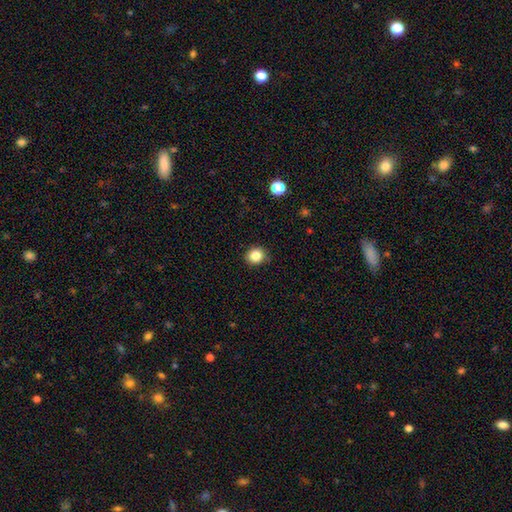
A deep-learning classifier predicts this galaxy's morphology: Smooth or featured: smooth — 84% (star or artifact — 11%)
How rounded: round — 84% (in between — 15%)
Merging: none — 86% (minor disturbance — 11%)